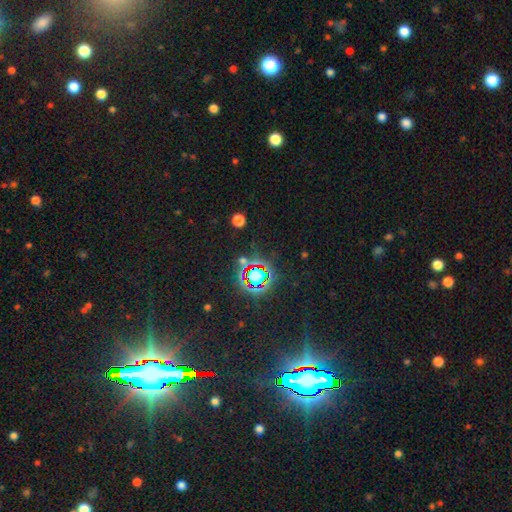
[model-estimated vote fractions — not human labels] Overall: star or artifact (78%).